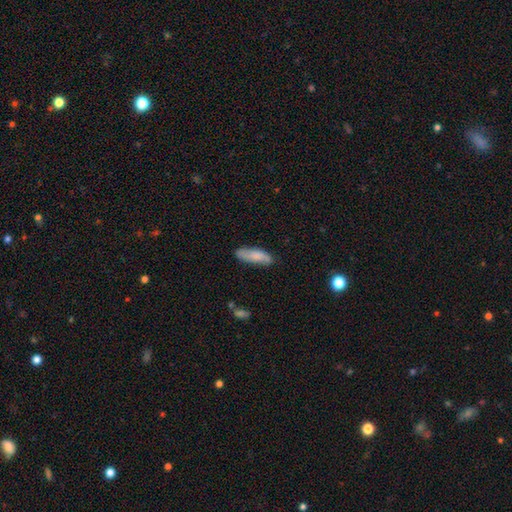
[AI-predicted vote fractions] Smooth or featured: smooth — 75% (featured or disk — 19%)
How rounded: cigar-shaped — 50% (in between — 48%)
Merging: none — 75% (minor disturbance — 19%)